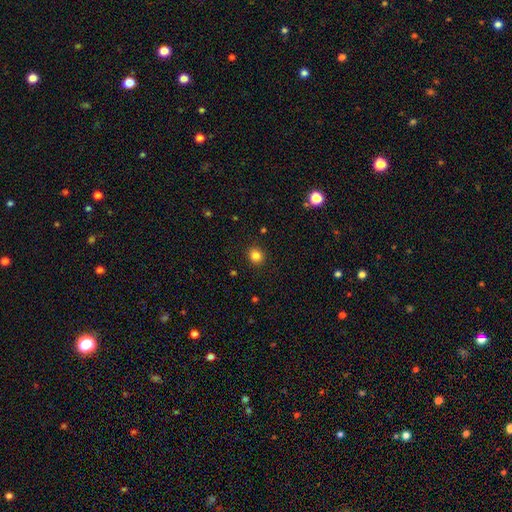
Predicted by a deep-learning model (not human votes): Smooth or featured? smooth (83%)
How rounded? round (87%)
Merging? none (91%)